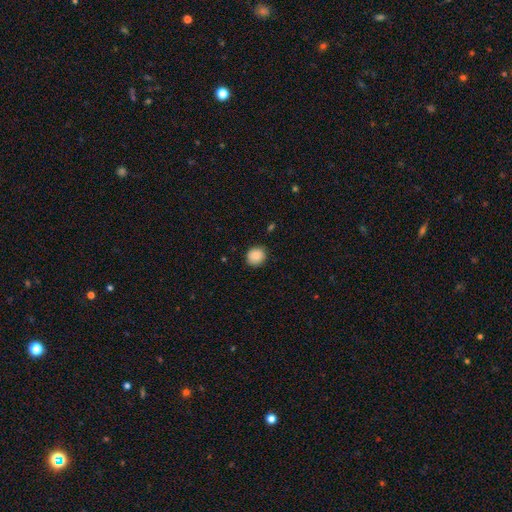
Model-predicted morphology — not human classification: Smooth or featured? Predicted: smooth (p=0.87). How rounded? Predicted: round (p=0.83). Merging? Predicted: none (p=0.86).